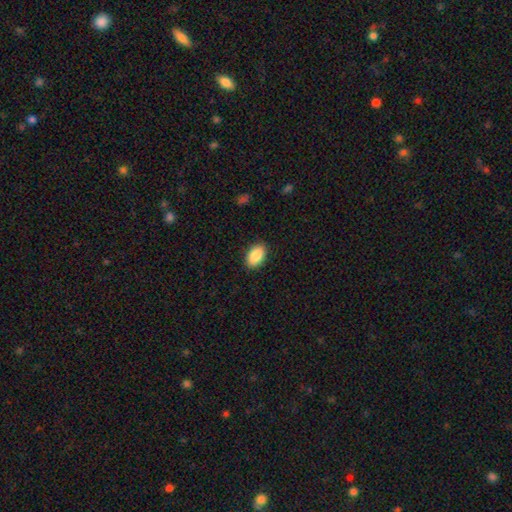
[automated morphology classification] Smooth or featured?
  - smooth: 90% *
  - star or artifact: 7%
  - featured or disk: 4%
How rounded?
  - in between: 93% *
  - round: 6%
  - cigar-shaped: 1%
Merging?
  - none: 89% *
  - minor disturbance: 8%
  - major disturbance: 2%
  - merger: 1%